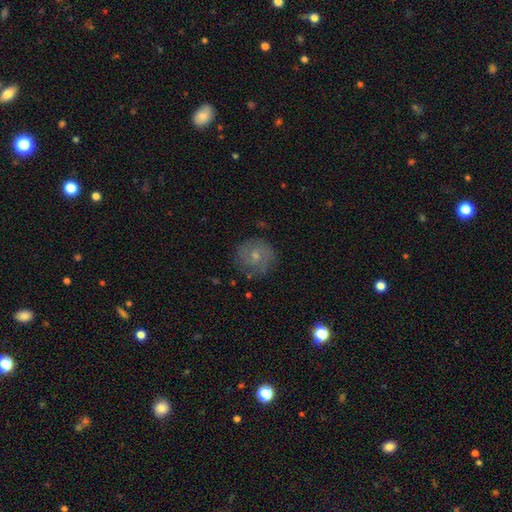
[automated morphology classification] featured or disk 49%, smooth 41%, star or artifact 10%. Down the decision tree: merging — none (79%).